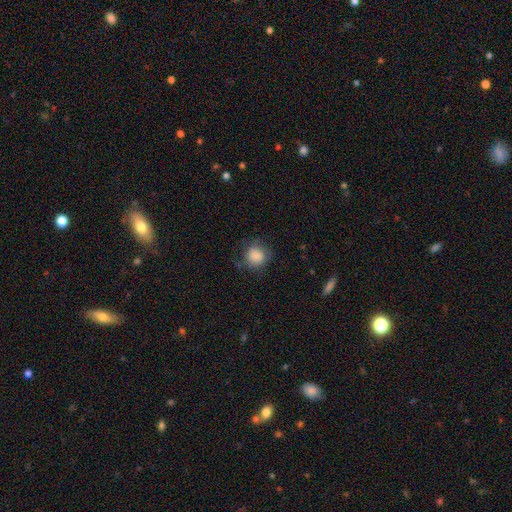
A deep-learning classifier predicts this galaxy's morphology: Overall: smooth (83%). How rounded: round (83%). Merging: none (67%).